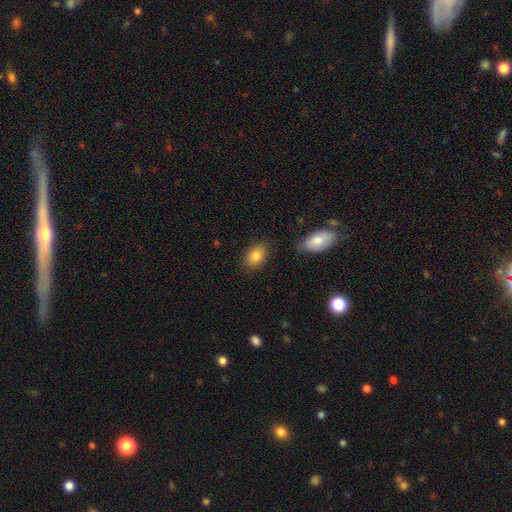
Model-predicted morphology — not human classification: Q: Smooth or featured?
A: smooth (85%); runner-up: star or artifact (8%)
Q: How rounded?
A: in between (83%); runner-up: round (15%)
Q: Merging?
A: none (81%); runner-up: minor disturbance (13%)